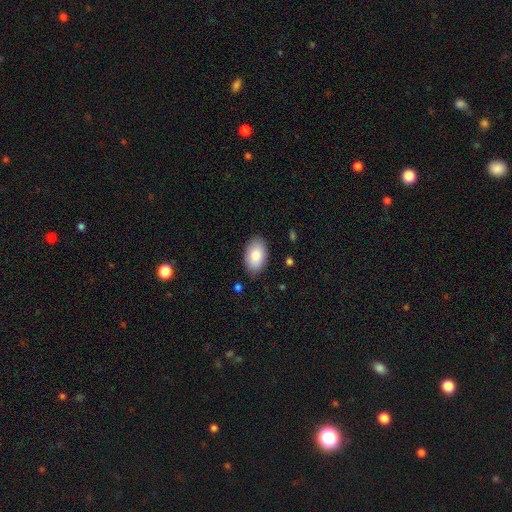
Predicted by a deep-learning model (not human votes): Smooth or featured? Predicted: smooth (p=0.87). How rounded? Predicted: in between (p=0.94). Merging? Predicted: none (p=0.85).